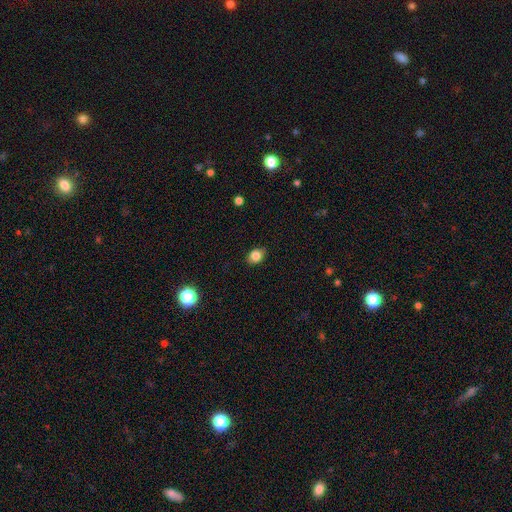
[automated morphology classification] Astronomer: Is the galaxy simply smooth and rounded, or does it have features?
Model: smooth — 84%.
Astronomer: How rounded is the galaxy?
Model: in between — 61% (runner-up: round, 38%).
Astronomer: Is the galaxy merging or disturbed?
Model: none — 86%.